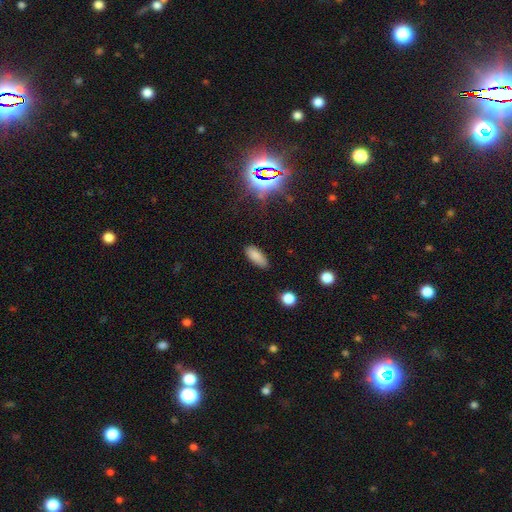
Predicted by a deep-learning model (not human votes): Overall: smooth (84%). How rounded: in between (81%). Merging: none (82%).